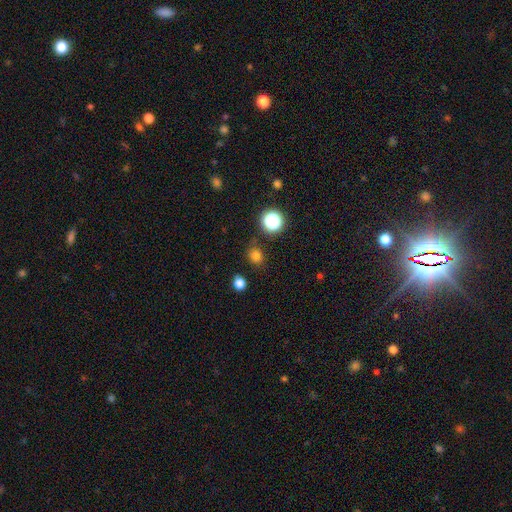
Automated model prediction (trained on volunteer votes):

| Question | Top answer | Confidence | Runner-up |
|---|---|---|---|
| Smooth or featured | smooth | 76% | star or artifact (19%) |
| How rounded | round | 75% | in between (24%) |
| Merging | none | 81% | minor disturbance (12%) |